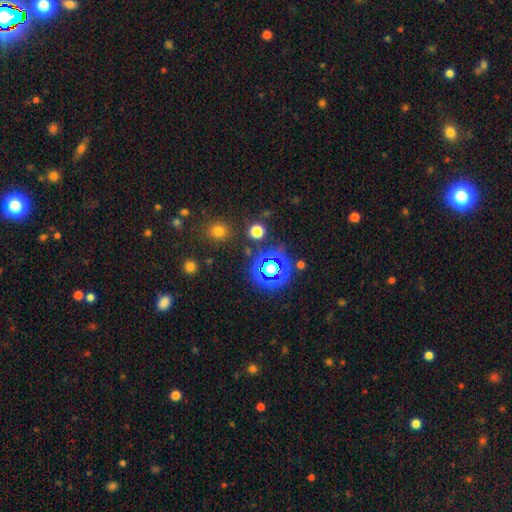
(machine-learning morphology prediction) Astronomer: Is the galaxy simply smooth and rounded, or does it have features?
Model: star or artifact — 61%.